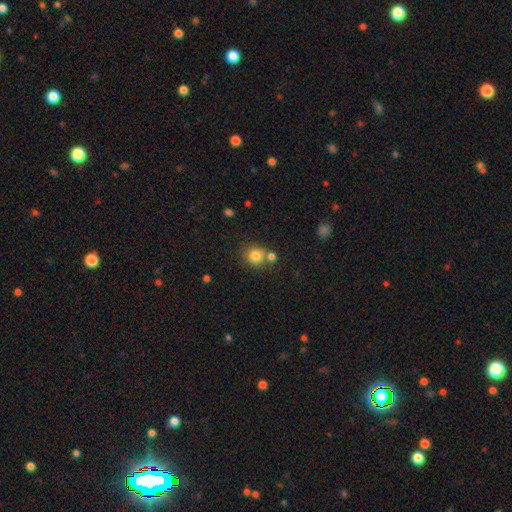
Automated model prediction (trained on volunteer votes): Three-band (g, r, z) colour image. It shows a smooth galaxy with no disk features (81%) that is round (85%). Merging: none (62%).